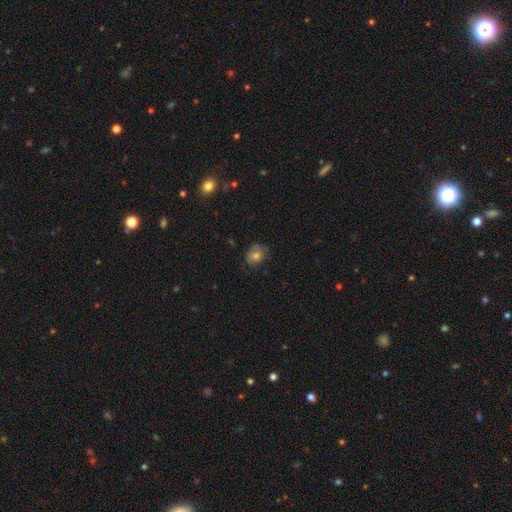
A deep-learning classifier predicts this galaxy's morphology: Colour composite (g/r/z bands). It shows a smooth galaxy with no disk features (70%) that is round (59%). Merging: none (68%).